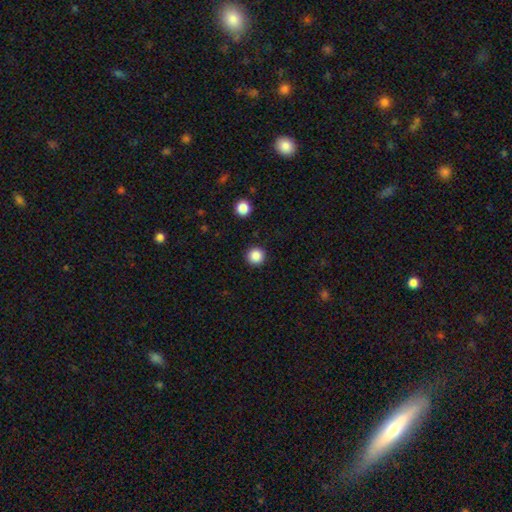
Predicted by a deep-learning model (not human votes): smooth 86%, star or artifact 11%, featured or disk 3%. Down the decision tree: how rounded — round (96%); merging — none (92%).